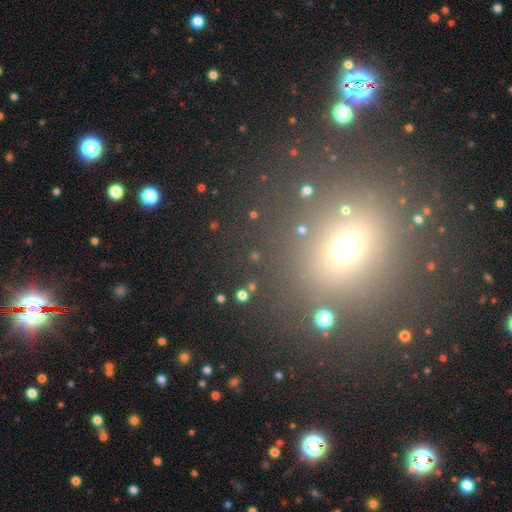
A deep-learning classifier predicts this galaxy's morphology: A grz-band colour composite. It shows a star or artifact, not a galaxy (51%).